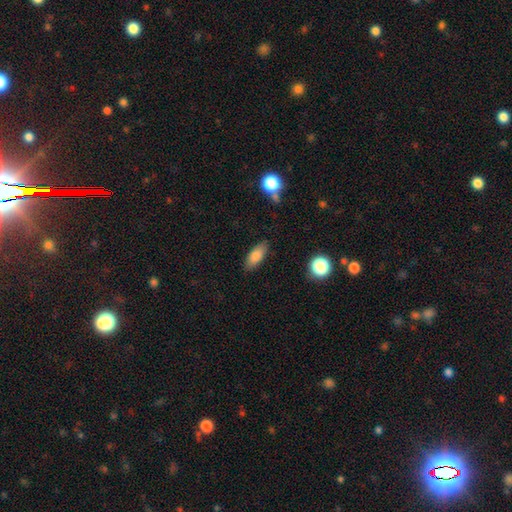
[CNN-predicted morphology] A smooth galaxy with no disk features (82%) that is in between round and cigar-shaped (79%). Merging: none (84%).